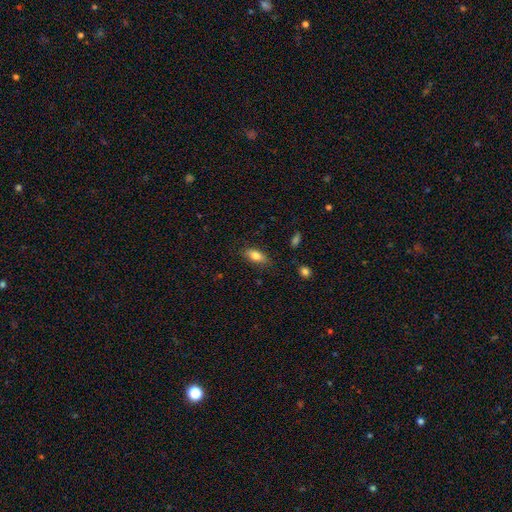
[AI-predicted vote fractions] smooth-or-featured: smooth: 79% | featured or disk: 13% | star or artifact: 8%
  how-rounded: in between: 85% | cigar-shaped: 11% | round: 4%
  merging: none: 81% | minor disturbance: 14% | major disturbance: 3% | merger: 2%